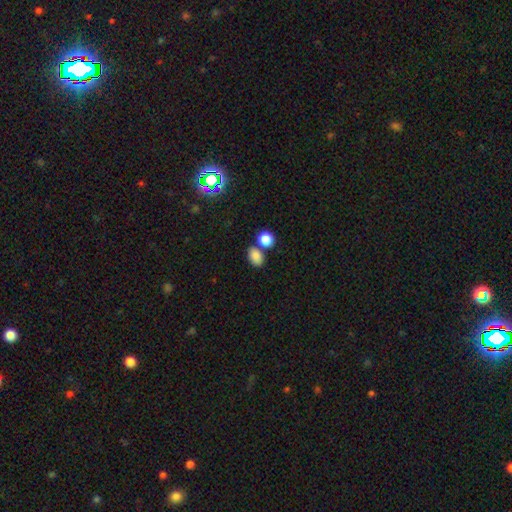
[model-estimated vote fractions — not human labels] This appears to be a smooth galaxy with no disk features (84%) that is in between round and cigar-shaped (75%). Merging: none (63%).